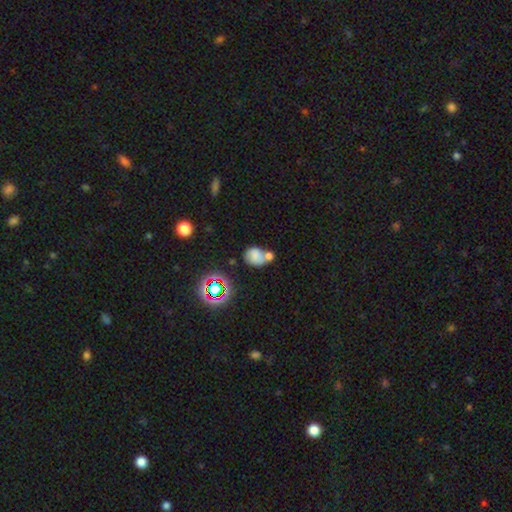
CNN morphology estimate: Smooth or featured?
  - smooth: 69% *
  - featured or disk: 16%
  - star or artifact: 15%
How rounded?
  - in between: 51% *
  - round: 48%
  - cigar-shaped: 1%
Merging?
  - merger: 47% *
  - none: 33%
  - minor disturbance: 14%
  - major disturbance: 7%